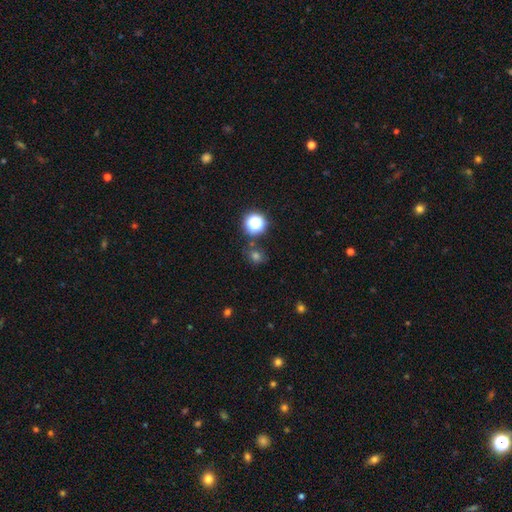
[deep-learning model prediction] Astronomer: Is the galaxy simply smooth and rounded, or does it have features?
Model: smooth — 57% (runner-up: star or artifact, 36%).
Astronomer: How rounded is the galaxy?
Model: round — 77%.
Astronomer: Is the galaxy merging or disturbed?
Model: none — 77%.